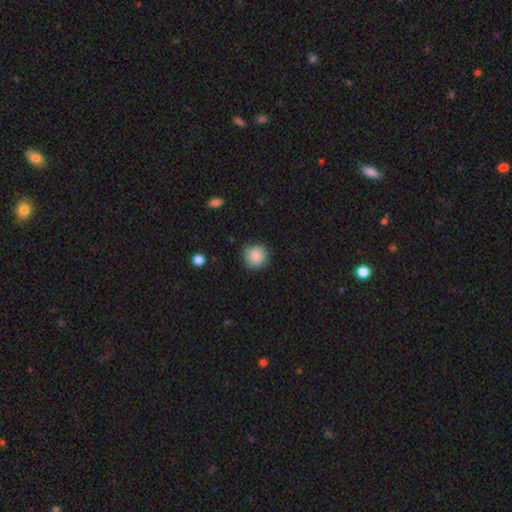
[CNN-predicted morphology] smooth 87%, star or artifact 8%, featured or disk 5%. Down the decision tree: how rounded — round (92%); merging — none (88%).